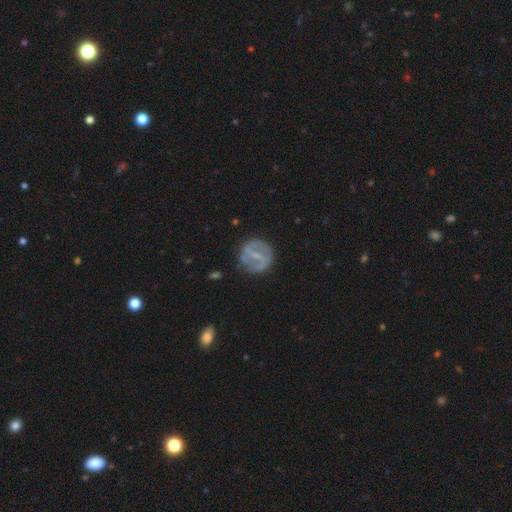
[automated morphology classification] This is likely a featured or disk galaxy (71%). It is clearly not viewed edge-on (96%). Bar: possibly strong (46%). Spiral arm pattern: likely yes (64%). Central bulge: possibly small (54%). Merging: likely none (74%).